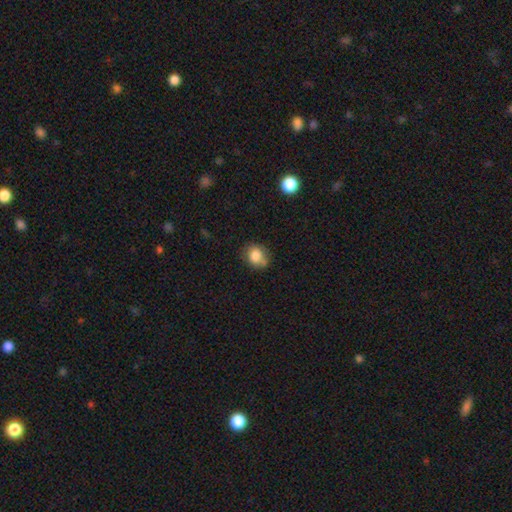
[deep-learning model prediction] Smooth or featured? smooth (81%)
How rounded? round (68%)
Merging? none (61%)